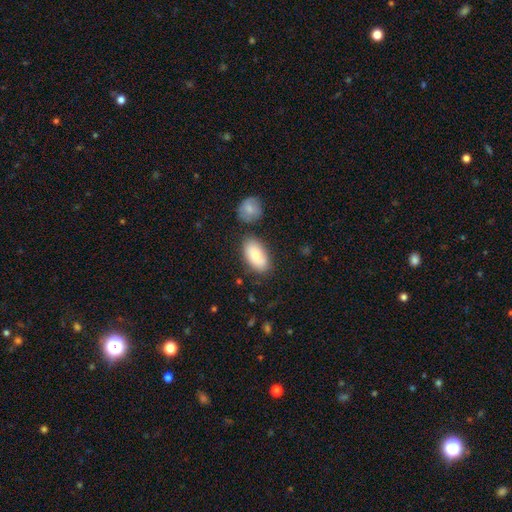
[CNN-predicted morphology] Smooth or featured? Predicted: smooth (p=0.79). How rounded? Predicted: in between (p=0.93). Merging? Predicted: none (p=0.75).